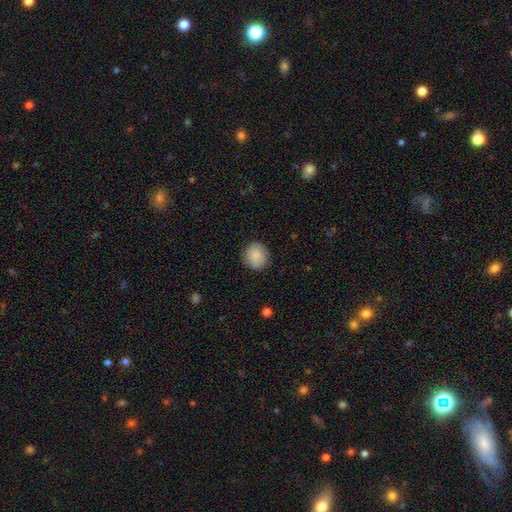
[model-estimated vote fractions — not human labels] smooth-or-featured: smooth: 84% | featured or disk: 9% | star or artifact: 7%
  how-rounded: round: 88% | in between: 11% | cigar-shaped: 1%
  merging: none: 87% | minor disturbance: 10% | major disturbance: 3% | merger: 1%